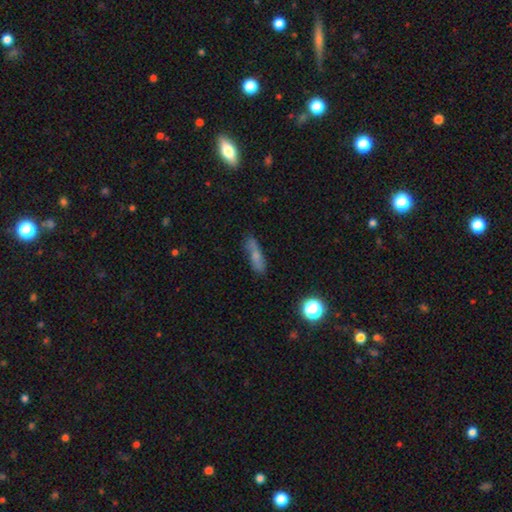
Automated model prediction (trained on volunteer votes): A smooth galaxy with no disk features (62%) that is cigar-shaped (66%).

Vote fractions:
- Smooth or featured? smooth: 62% / featured or disk: 26% / star or artifact: 13%
- How rounded? cigar-shaped: 66% / in between: 29% / round: 5%
- Merging? none: 63% / minor disturbance: 23% / major disturbance: 8% / merger: 6%